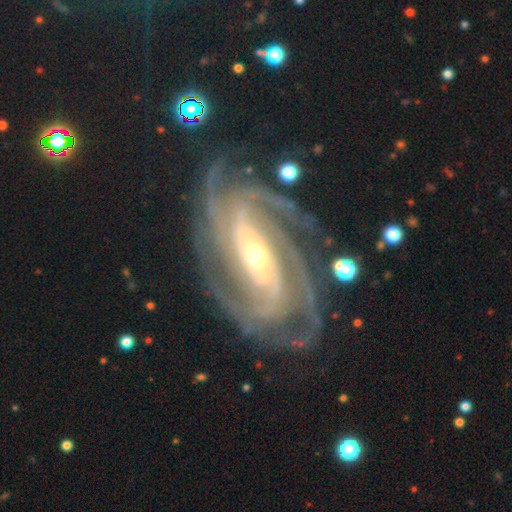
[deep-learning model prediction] The model was most divided on "bar": strong: 38%, no: 32%, weak: 30%. Remaining: spiral arms — yes (98%); edge-on disk — no (96%); smooth or featured — featured or disk (92%); merging — none (77%); spiral winding — tight (66%); bulge size — small (57%); spiral arm count — 4 (33%).